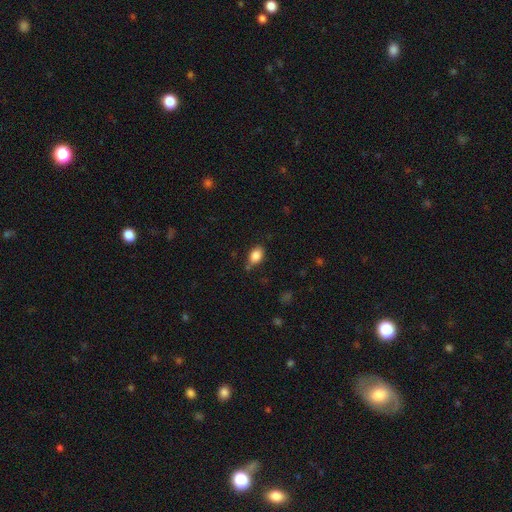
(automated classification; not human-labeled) Smooth or featured? smooth (85%)
How rounded? in between (84%)
Merging? none (73%)